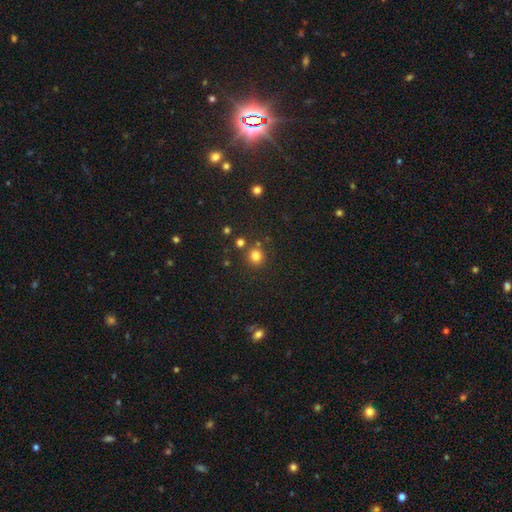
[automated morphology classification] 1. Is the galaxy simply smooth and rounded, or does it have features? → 79% smooth, 16% star or artifact, 5% featured or disk.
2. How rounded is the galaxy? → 91% round, 8% in between, 1% cigar-shaped.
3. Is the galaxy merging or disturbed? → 80% none, 10% merger, 8% minor disturbance, 3% major disturbance.